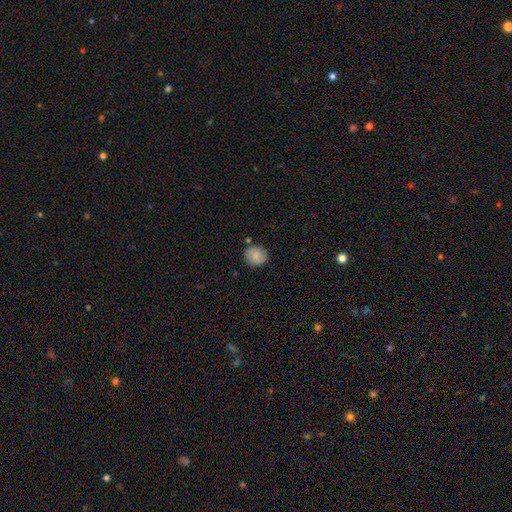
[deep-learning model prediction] smooth 81%, featured or disk 11%, star or artifact 8%. Down the decision tree: how rounded — round (87%); merging — none (84%).